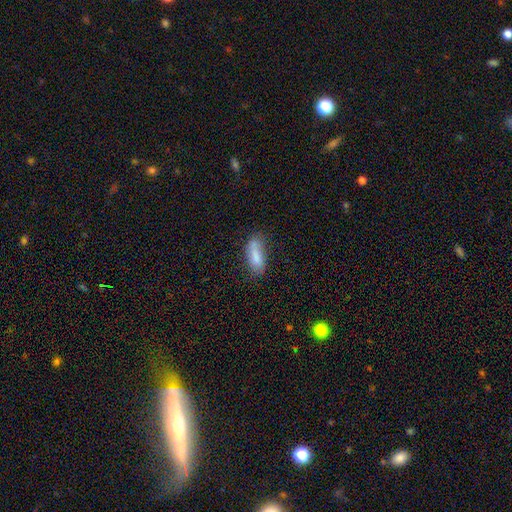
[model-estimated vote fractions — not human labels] A smooth galaxy with no disk features (79%) that is in between round and cigar-shaped (75%).

Vote fractions:
- Smooth or featured? smooth: 79% / featured or disk: 13% / star or artifact: 8%
- How rounded? in between: 75% / cigar-shaped: 22% / round: 3%
- Merging? none: 51% / minor disturbance: 28% / merger: 11% / major disturbance: 10%